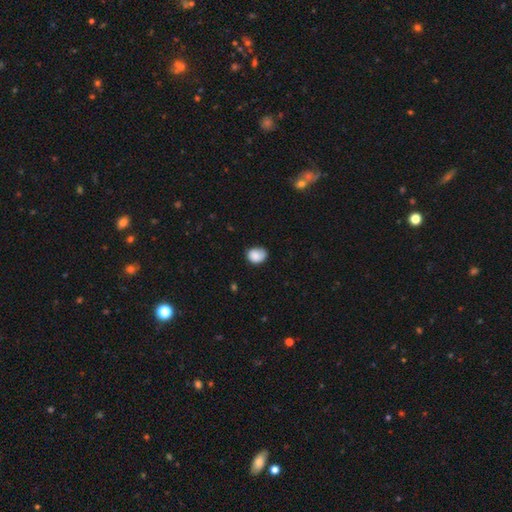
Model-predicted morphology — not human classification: A smooth galaxy with no disk features (85%) that is round (50%, tied with in between). Merging: none (66%).